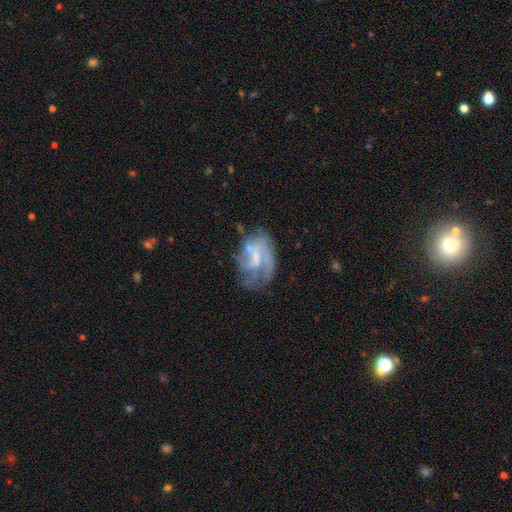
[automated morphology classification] Smooth or featured? featured or disk (71%)
Edge-on disk? no (97%)
Bar? weak (48%)
Spiral arms? yes (73%)
Spiral winding? medium (40%)
Spiral arm count? can't tell (36%)
Bulge size? small (38%)
Merging? none (47%)